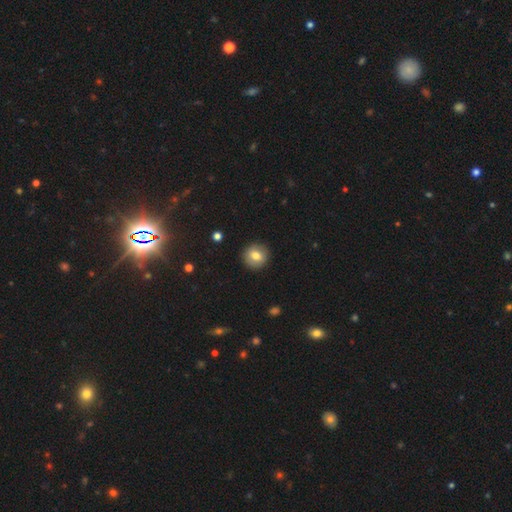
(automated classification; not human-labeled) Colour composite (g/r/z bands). It shows a smooth galaxy with no disk features (76%) that is round (89%). Merging: none (90%).